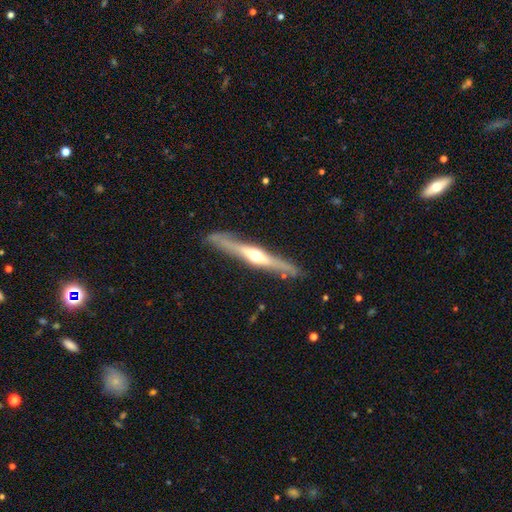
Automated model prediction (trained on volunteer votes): smooth_or_featured: featured or disk (p=0.73) [alt: smooth p=0.22]
disk_edge_on: yes (p=0.96) [alt: no p=0.04]
edge_on_bulge: rounded (p=0.90) [alt: none p=0.06]
merging: none (p=0.84) [alt: minor disturbance p=0.11]